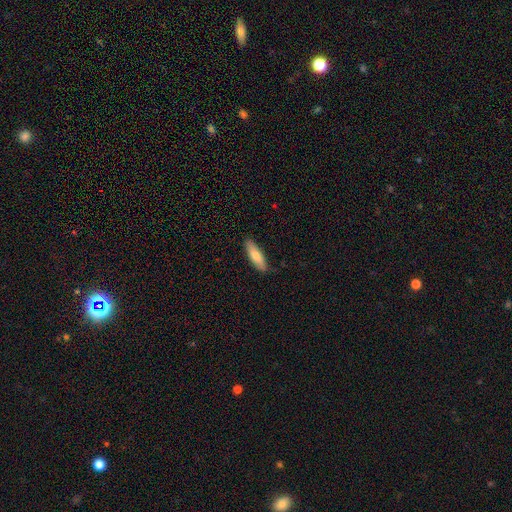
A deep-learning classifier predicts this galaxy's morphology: A smooth galaxy with no disk features (76%) that is cigar-shaped (59%). Merging: none (84%).